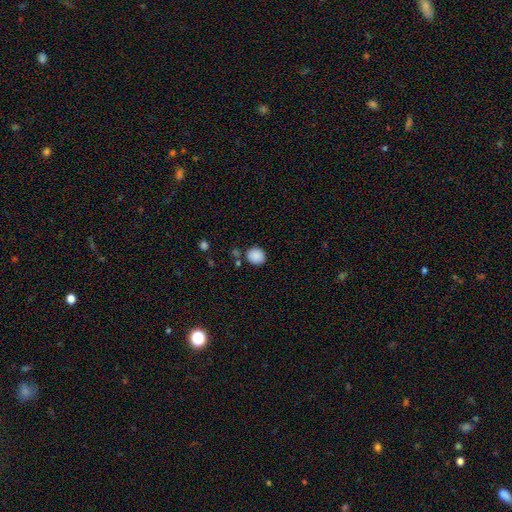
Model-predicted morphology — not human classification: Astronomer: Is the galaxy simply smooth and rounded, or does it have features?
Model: smooth — 88%.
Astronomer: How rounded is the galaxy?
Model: round — 79%.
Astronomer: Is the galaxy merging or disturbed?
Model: none — 81%.